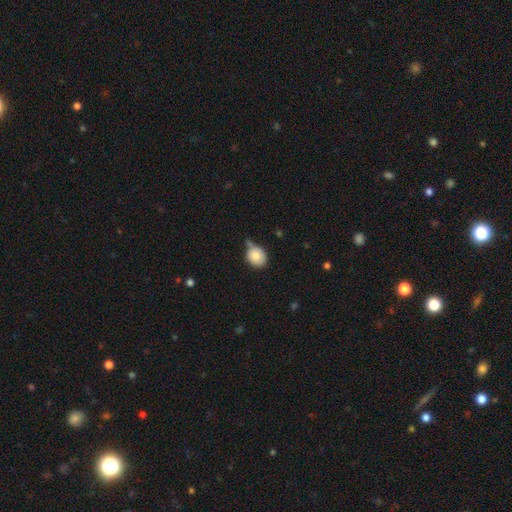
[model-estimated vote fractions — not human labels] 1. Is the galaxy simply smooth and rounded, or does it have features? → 82% smooth, 9% featured or disk, 9% star or artifact.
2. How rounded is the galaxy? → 66% round, 33% in between, 1% cigar-shaped.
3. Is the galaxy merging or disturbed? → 54% none, 29% minor disturbance, 11% merger, 6% major disturbance.